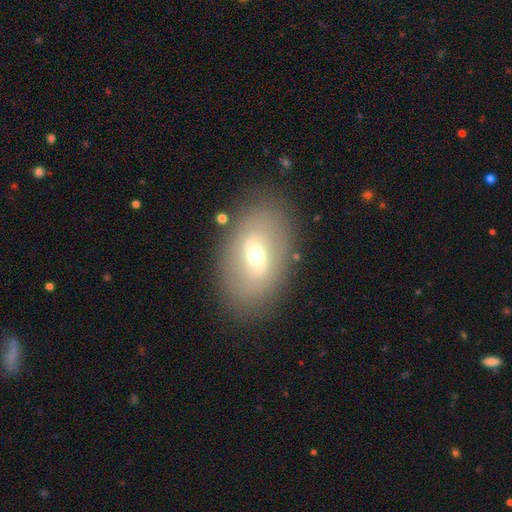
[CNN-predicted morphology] type=featured or disk (53%); edge-on=no (89%); merging=none (84%).